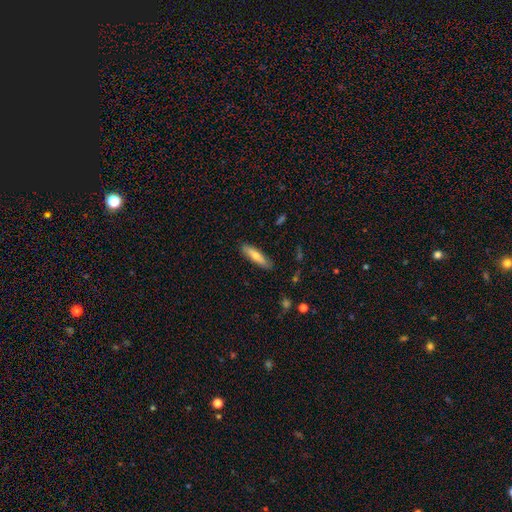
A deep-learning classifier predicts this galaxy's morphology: Smooth or featured: smooth — 68% (featured or disk — 26%)
How rounded: cigar-shaped — 77% (in between — 21%)
Merging: none — 87% (minor disturbance — 10%)